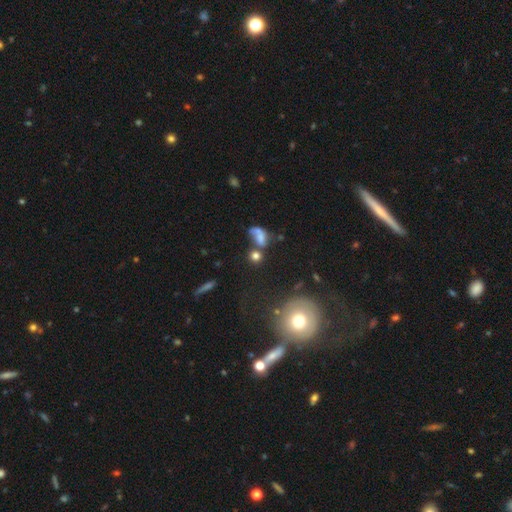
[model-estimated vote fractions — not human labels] A smooth galaxy with no disk features (66%) that is round (69%). Merging: none (42%).